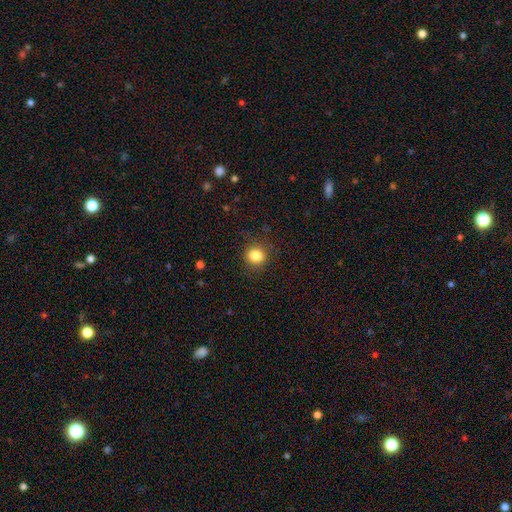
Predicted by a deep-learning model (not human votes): This appears to be a smooth galaxy with no disk features (84%) that is round (85%). Merging: none (87%).